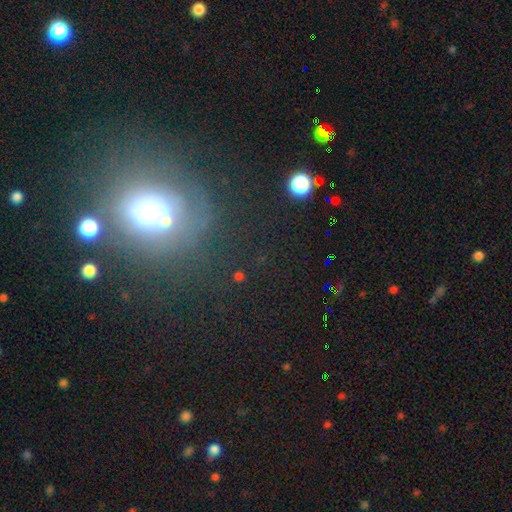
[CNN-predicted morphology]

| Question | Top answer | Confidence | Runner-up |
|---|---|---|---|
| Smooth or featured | star or artifact | 36% | tied: smooth (36%) |